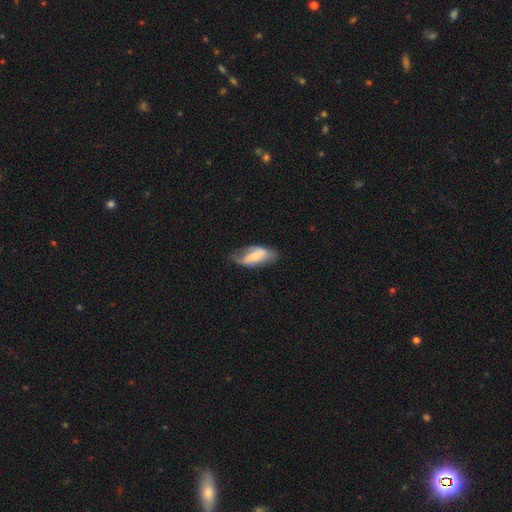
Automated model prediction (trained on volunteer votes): The model was most divided on "smooth or featured": featured or disk: 51%, smooth: 43%, star or artifact: 6%. Remaining: edge-on disk — no (87%); merging — none (48%).